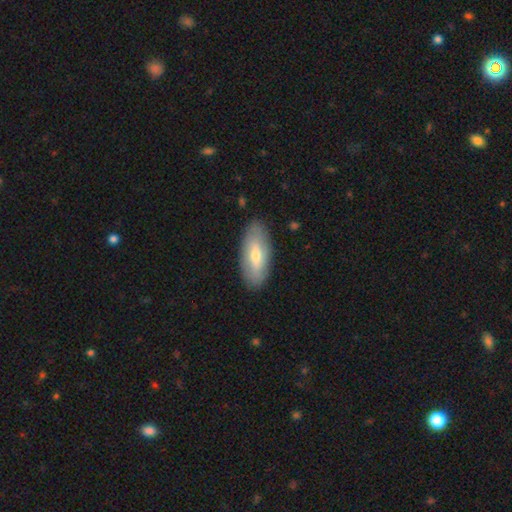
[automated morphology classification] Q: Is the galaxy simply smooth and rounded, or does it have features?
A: smooth — 62%.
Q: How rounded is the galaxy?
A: in between — 80%.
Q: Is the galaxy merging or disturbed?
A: none — 87%.